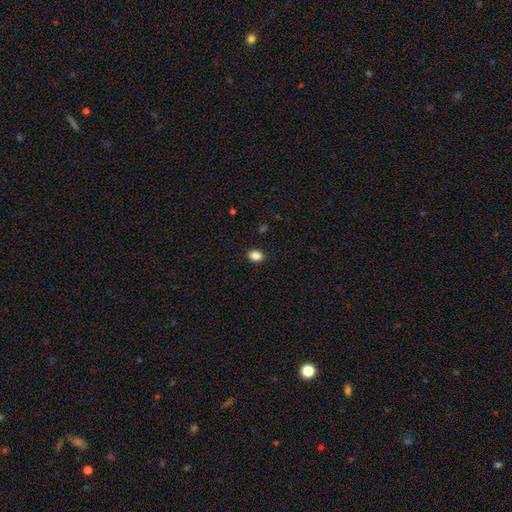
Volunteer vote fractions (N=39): Smooth or featured? smooth (87%)
How rounded? in between (79%)
Merging? none (97%)